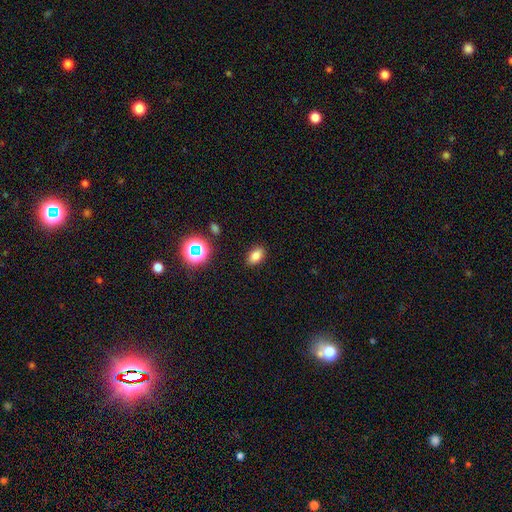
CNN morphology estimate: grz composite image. It shows a smooth galaxy with no disk features (79%) that is in between round and cigar-shaped (86%). Merging: none (87%).